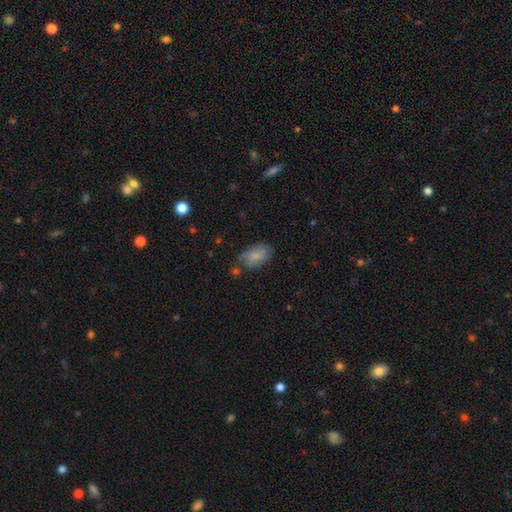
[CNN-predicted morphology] Smooth or featured?
  - smooth: 74% *
  - featured or disk: 19%
  - star or artifact: 8%
How rounded?
  - in between: 92% *
  - round: 6%
  - cigar-shaped: 2%
Merging?
  - none: 62% *
  - minor disturbance: 26%
  - major disturbance: 7%
  - merger: 5%